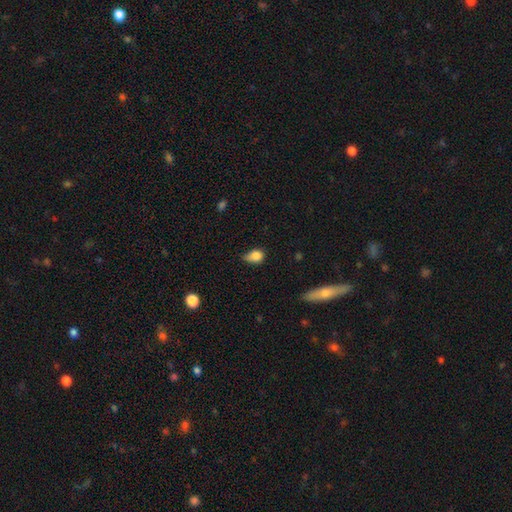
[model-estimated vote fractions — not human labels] This appears to be a smooth galaxy with no disk features (82%) that is in between round and cigar-shaped (65%). Merging: minor disturbance (47%).